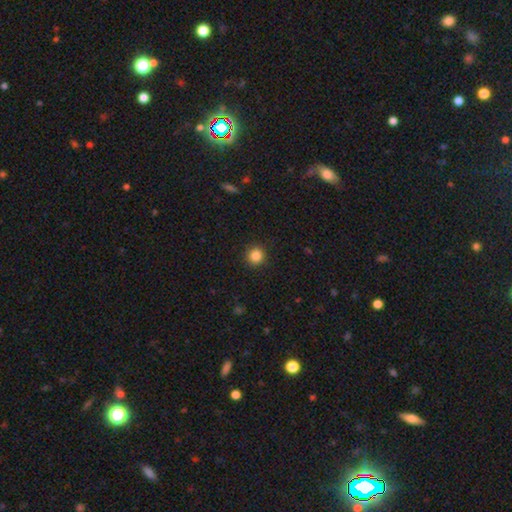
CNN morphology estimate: smooth-or-featured: smooth: 85% | star or artifact: 11% | featured or disk: 4%
  how-rounded: round: 92% | in between: 7% | cigar-shaped: 1%
  merging: none: 91% | minor disturbance: 6% | major disturbance: 2% | merger: 1%